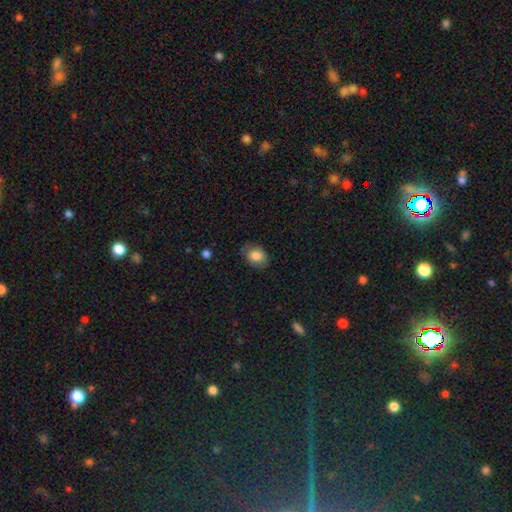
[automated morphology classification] This is likely a smooth galaxy (79%). How rounded: likely in between (73%). Merging: likely none (75%).